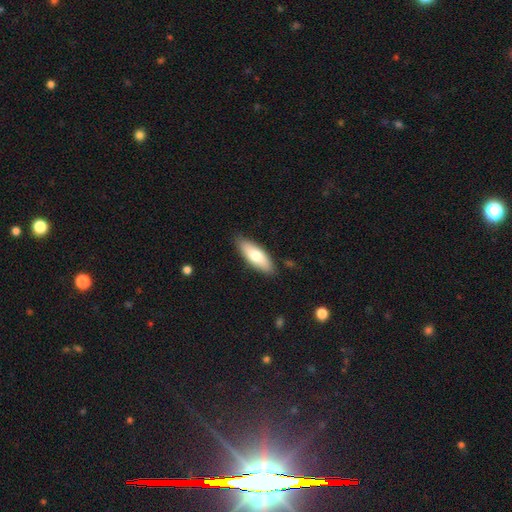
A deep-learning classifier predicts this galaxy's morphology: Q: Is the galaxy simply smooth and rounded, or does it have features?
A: smooth — 72%.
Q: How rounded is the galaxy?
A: in between — 66%.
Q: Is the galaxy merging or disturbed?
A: none — 86%.